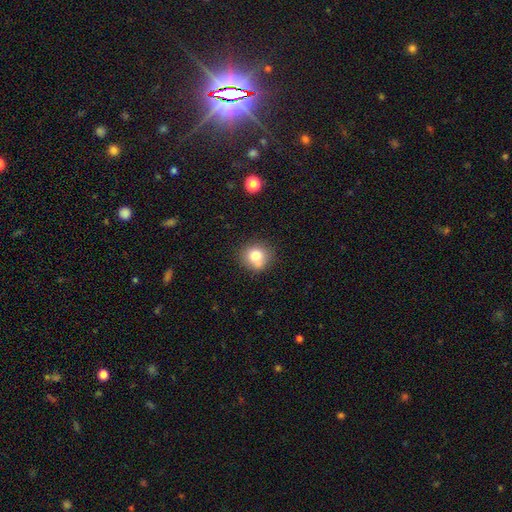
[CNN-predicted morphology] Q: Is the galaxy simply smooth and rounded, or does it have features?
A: smooth — 77%.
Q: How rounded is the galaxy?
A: round — 87%.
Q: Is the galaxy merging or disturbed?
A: none — 69%.